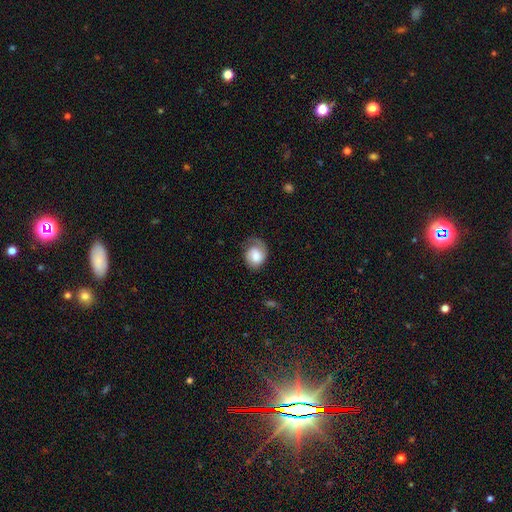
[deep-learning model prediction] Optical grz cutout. It shows a smooth galaxy with no disk features (54%) that is round (51%). Merging: none (46%).